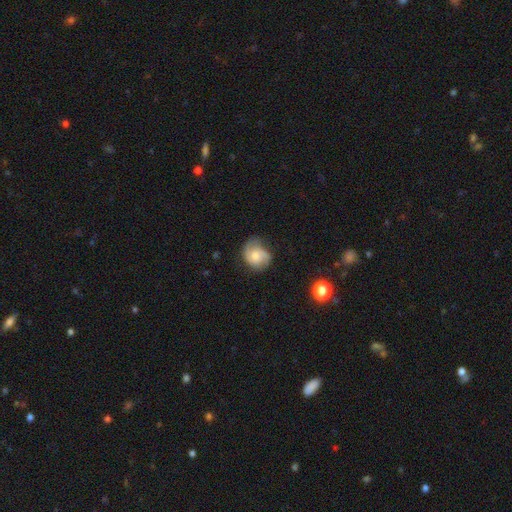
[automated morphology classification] Q: Smooth or featured?
A: featured or disk (64%); runner-up: smooth (28%)
Q: Edge-on disk?
A: no (98%); runner-up: yes (2%)
Q: Bar?
A: no (66%); runner-up: weak (29%)
Q: Spiral arms?
A: yes (94%); runner-up: no (6%)
Q: Spiral winding?
A: medium (46%); runner-up: tight (31%)
Q: Spiral arm count?
A: 2 (75%); runner-up: can't tell (9%)
Q: Bulge size?
A: moderate (43%); runner-up: small (36%)
Q: Merging?
A: none (66%); runner-up: minor disturbance (23%)